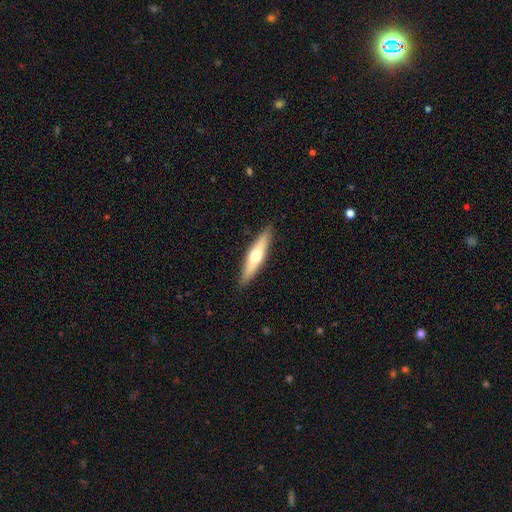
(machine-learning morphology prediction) Smooth or featured: smooth — 50% (featured or disk — 45%)
Merging: none — 89% (minor disturbance — 8%)